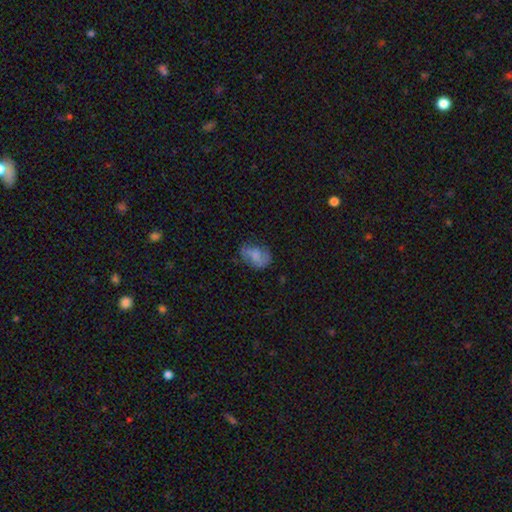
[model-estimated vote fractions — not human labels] A smooth galaxy with no disk features (64%) that is in between round and cigar-shaped (79%). Merging: none (53%).